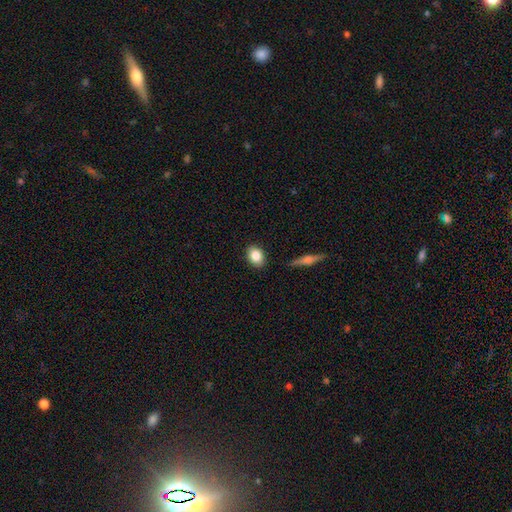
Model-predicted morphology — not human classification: Smooth or featured: smooth — 83% (featured or disk — 9%)
How rounded: in between — 69% (round — 29%)
Merging: none — 88% (minor disturbance — 8%)